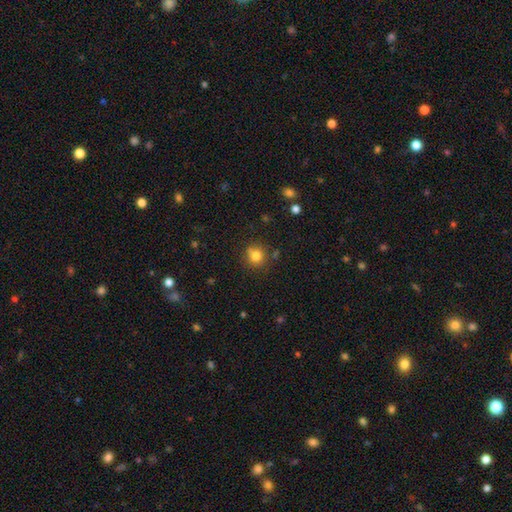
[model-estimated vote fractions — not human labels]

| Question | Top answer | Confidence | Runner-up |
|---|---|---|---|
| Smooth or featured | smooth | 80% | star or artifact (12%) |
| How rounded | round | 89% | in between (10%) |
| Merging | none | 75% | minor disturbance (13%) |